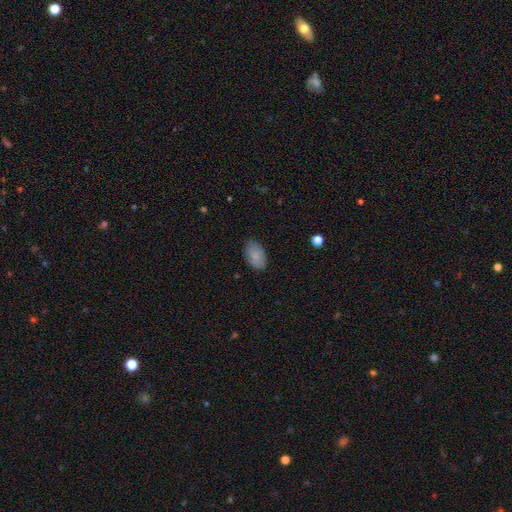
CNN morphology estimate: Smooth or featured? smooth (82%)
How rounded? in between (92%)
Merging? none (83%)